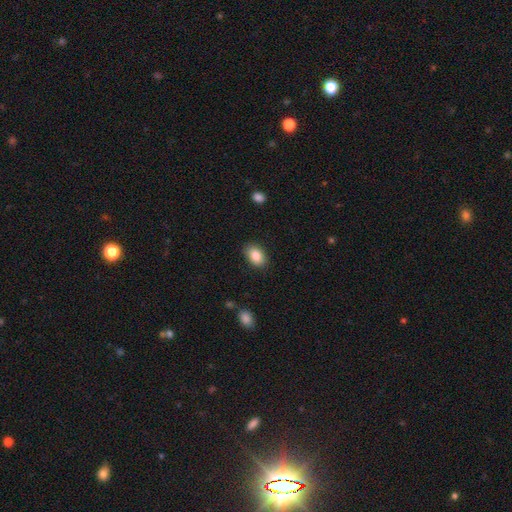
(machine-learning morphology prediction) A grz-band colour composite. It shows a smooth galaxy with no disk features (85%) that is in between round and cigar-shaped (86%). Merging: none (86%).